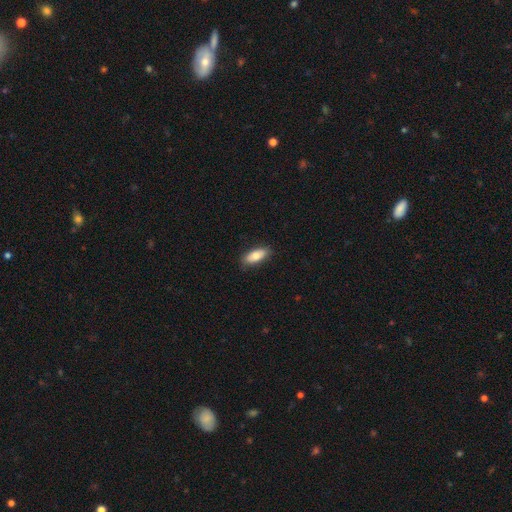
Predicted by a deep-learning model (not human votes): A smooth galaxy with no disk features (78%) that is in between round and cigar-shaped (82%).

Vote fractions:
- Smooth or featured? smooth: 78% / featured or disk: 16% / star or artifact: 6%
- How rounded? in between: 82% / cigar-shaped: 16% / round: 2%
- Merging? none: 85% / minor disturbance: 12% / major disturbance: 2% / merger: 1%